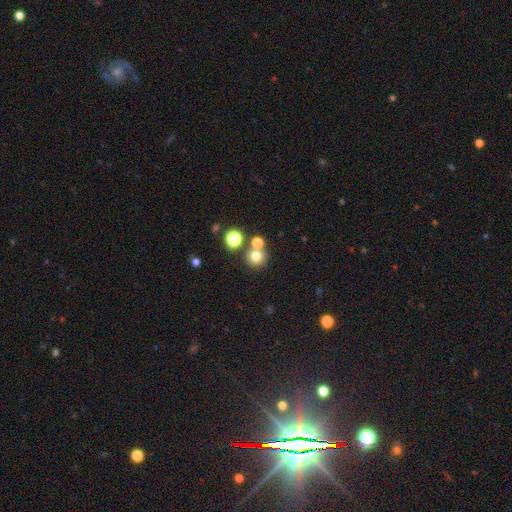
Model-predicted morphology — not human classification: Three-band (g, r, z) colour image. It shows a smooth galaxy with no disk features (73%) that is round (91%). Merging: none (66%).